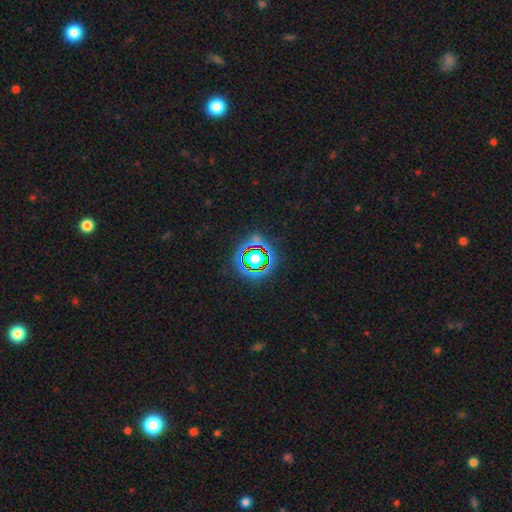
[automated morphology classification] This appears to be a star or artifact, not a galaxy (78%).